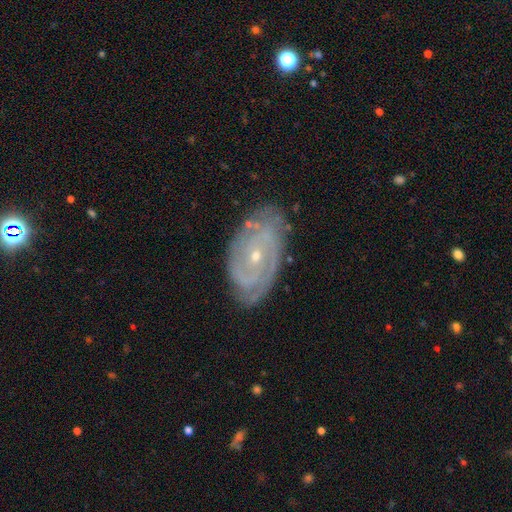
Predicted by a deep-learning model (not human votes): Smooth or featured? featured or disk (85%)
Edge-on disk? no (95%)
Bar? no (67%)
Spiral arms? yes (94%)
Spiral winding? tight (70%)
Spiral arm count? 2 (39%)
Bulge size? small (73%)
Merging? none (76%)